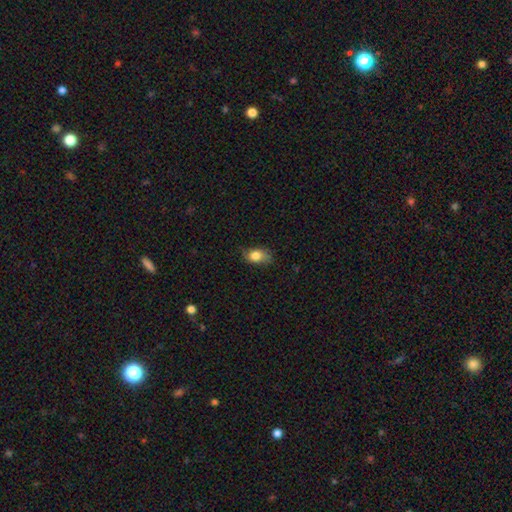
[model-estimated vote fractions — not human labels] Smooth or featured?
  - smooth: 80% *
  - featured or disk: 11%
  - star or artifact: 9%
How rounded?
  - in between: 79% *
  - round: 17%
  - cigar-shaped: 3%
Merging?
  - none: 66% *
  - minor disturbance: 27%
  - major disturbance: 6%
  - merger: 1%